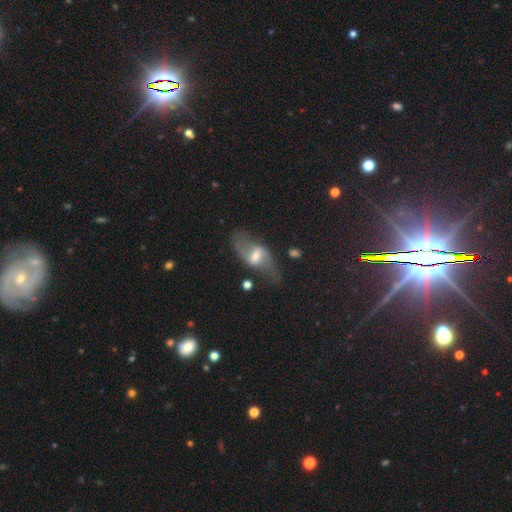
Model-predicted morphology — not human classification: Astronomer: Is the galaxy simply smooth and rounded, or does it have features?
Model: featured or disk — 71%.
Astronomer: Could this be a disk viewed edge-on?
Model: no — 88%.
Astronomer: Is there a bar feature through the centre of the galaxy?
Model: weak — 49% (runner-up: strong, 36%).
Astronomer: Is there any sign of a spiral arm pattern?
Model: yes — 81%.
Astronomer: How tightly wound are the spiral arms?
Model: loose — 69%.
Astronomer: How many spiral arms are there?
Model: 2 — 89%.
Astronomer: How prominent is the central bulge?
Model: moderate — 53%.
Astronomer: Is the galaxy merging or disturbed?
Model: none — 69%.